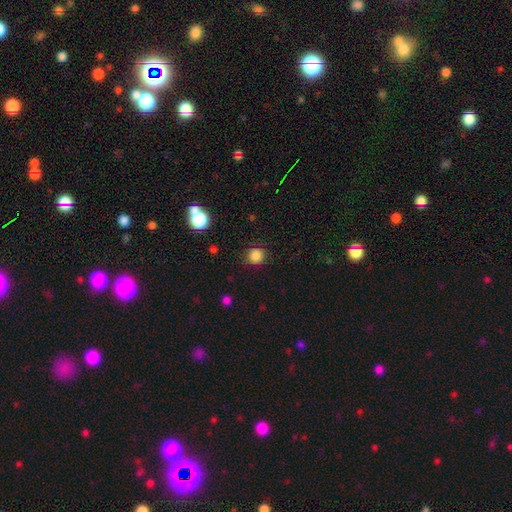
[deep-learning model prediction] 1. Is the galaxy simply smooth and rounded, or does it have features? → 84% smooth, 12% star or artifact, 3% featured or disk.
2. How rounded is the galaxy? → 93% round, 6% in between, 1% cigar-shaped.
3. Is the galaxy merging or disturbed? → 88% none, 8% minor disturbance, 3% major disturbance, 1% merger.